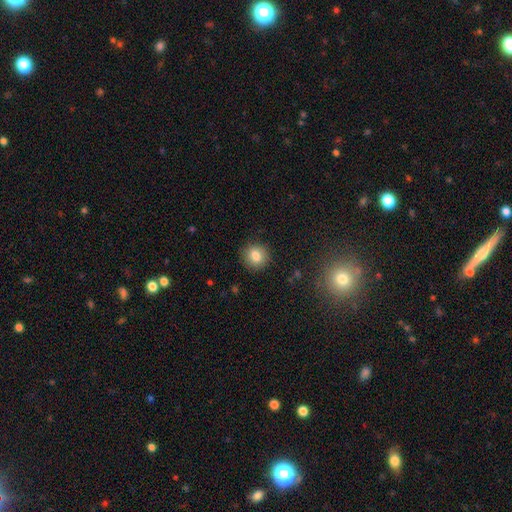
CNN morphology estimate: A smooth galaxy with no disk features (82%) that is round (85%). Merging: none (89%).